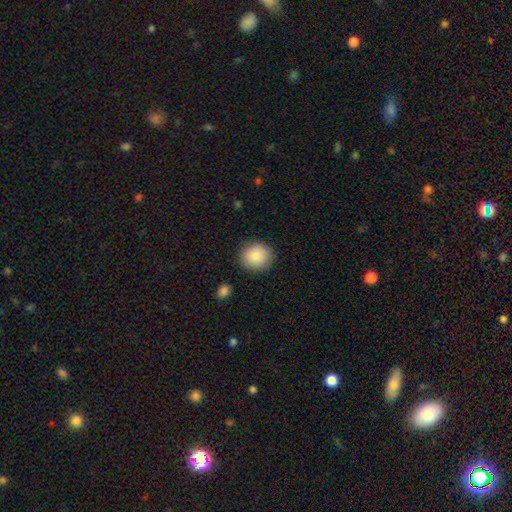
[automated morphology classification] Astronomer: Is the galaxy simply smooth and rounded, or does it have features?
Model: smooth — 88%.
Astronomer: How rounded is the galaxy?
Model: round — 80%.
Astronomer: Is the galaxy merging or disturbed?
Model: none — 88%.